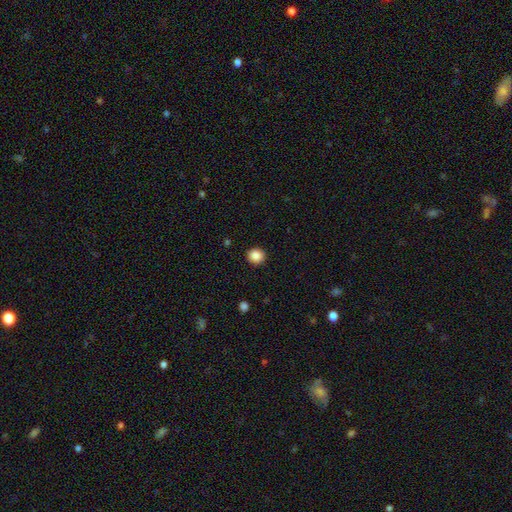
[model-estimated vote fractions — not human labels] smooth_or_featured: smooth (p=0.87) [alt: star or artifact p=0.10]
how_rounded: round (p=0.91) [alt: in between p=0.08]
merging: none (p=0.92) [alt: minor disturbance p=0.05]